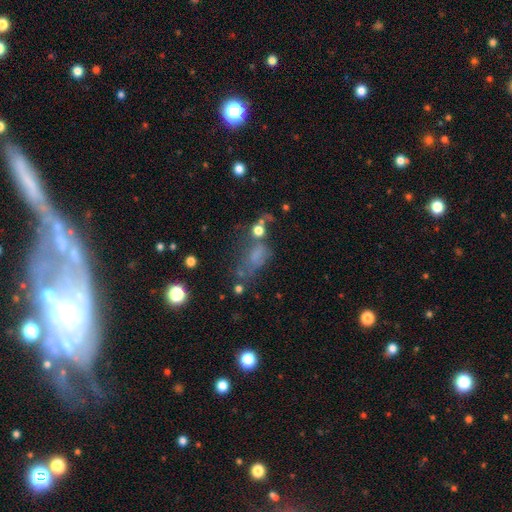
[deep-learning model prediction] This is possibly a smooth galaxy (51%). How rounded: likely in between (74%). Merging: marginally none (33%).